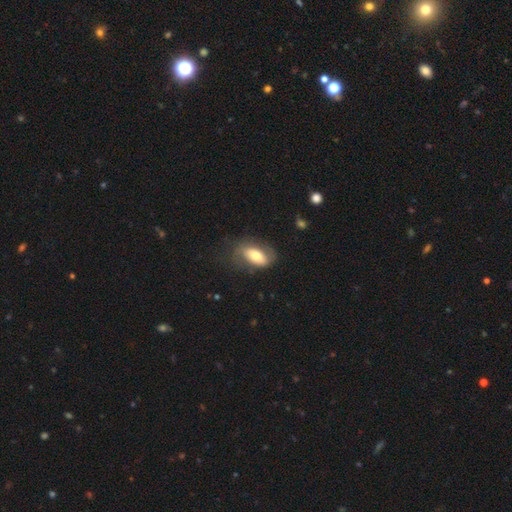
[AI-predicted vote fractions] The model was most divided on "smooth or featured": smooth: 61%, featured or disk: 32%, star or artifact: 7%. More confident: how rounded — in between (88%); merging — none (62%).